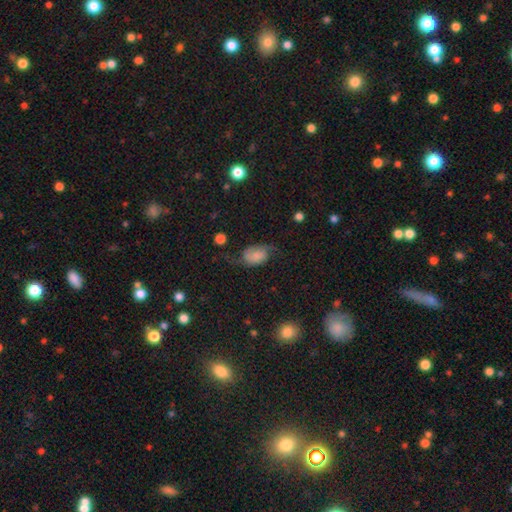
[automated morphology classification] Overall: featured or disk (50%; smooth 39%). Edge-on disk: no (96%). Merging: none (53%; minor disturbance 24%).